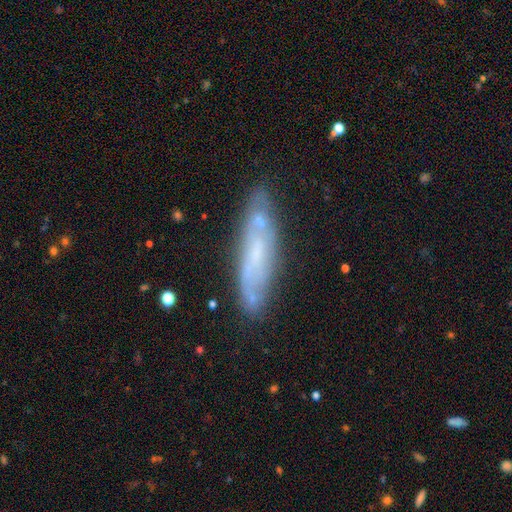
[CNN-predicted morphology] smooth_or_featured: featured or disk (p=0.56) [alt: smooth p=0.35]
disk_edge_on: no (p=0.57) [alt: yes p=0.43]
merging: none (p=0.73) [alt: minor disturbance p=0.17]